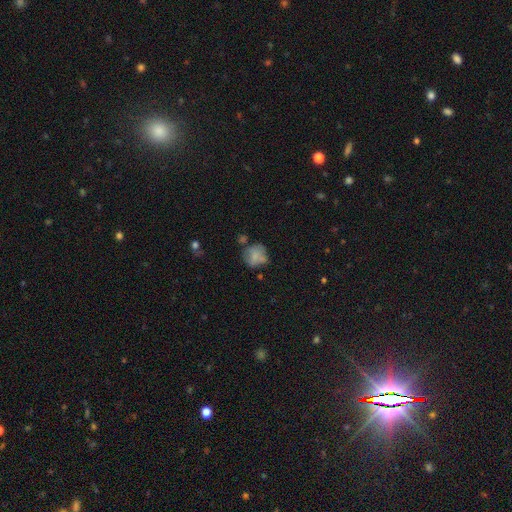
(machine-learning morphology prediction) Smooth or featured? smooth (65%)
How rounded? round (76%)
Merging? none (54%)